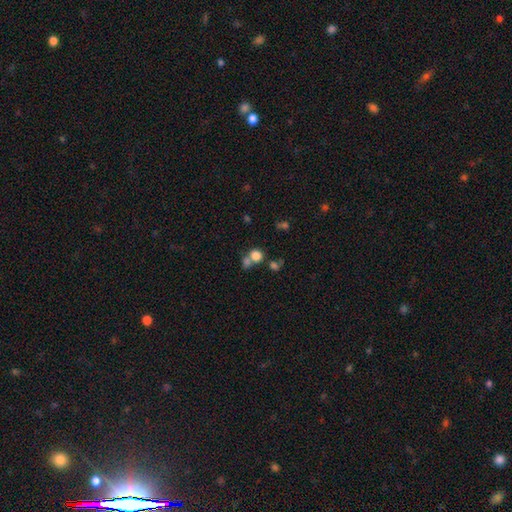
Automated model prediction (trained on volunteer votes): Overall: smooth (78%). How rounded: round (81%). Merging: none (46%; merger 40%).